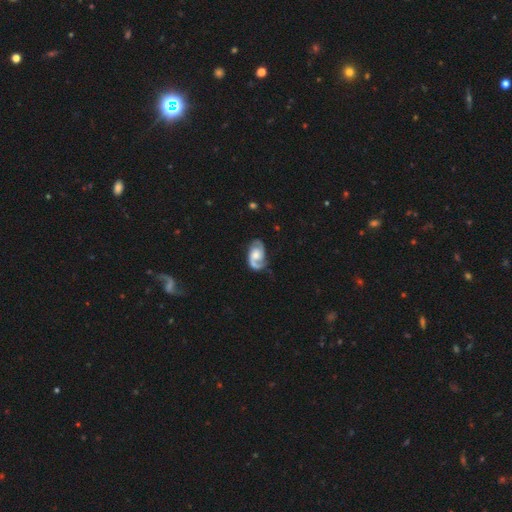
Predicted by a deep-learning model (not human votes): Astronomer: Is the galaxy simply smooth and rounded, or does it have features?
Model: featured or disk — 87%.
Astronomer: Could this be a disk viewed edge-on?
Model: no — 98%.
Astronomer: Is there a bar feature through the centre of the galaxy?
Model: no — 60%.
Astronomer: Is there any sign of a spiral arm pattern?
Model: yes — 97%.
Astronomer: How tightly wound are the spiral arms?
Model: medium — 52% (runner-up: tight, 27%).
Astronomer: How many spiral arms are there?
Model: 2 — 88%.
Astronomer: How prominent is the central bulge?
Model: moderate — 52%.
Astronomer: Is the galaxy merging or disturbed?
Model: none — 69%.